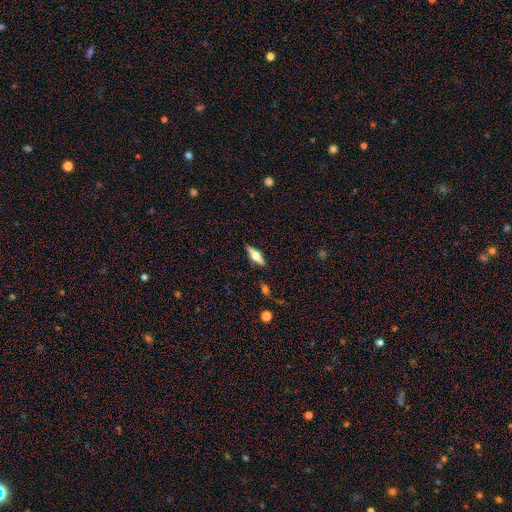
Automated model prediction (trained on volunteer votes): featured or disk 56%, smooth 37%, star or artifact 7%. Down the decision tree: edge-on disk — yes (94%); edge-on bulge — rounded (93%); merging — none (86%).